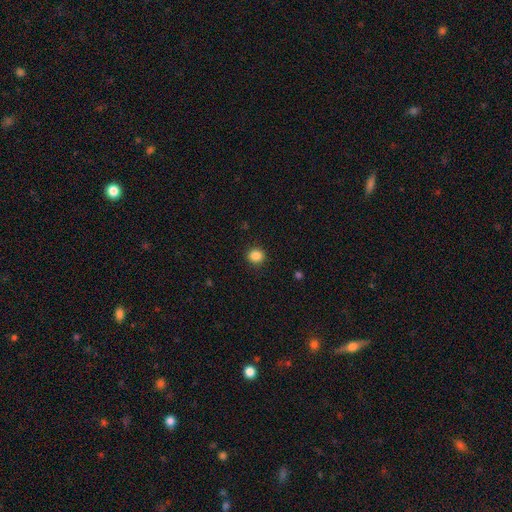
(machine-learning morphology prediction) This appears to be a smooth galaxy with no disk features (86%) that is round (85%). Merging: none (91%).